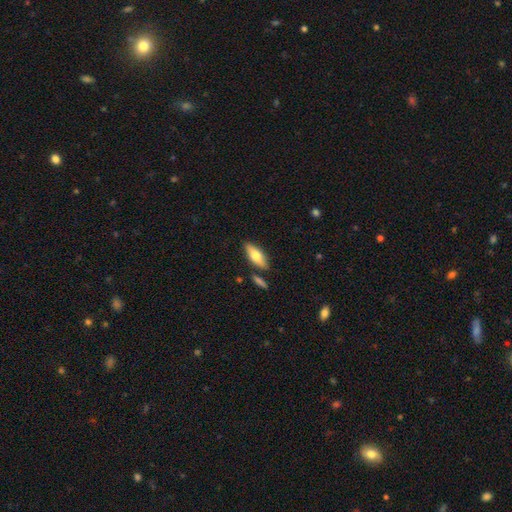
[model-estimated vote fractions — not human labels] Overall: smooth (65%; featured or disk 29%). How rounded: in between (67%; cigar-shaped 30%). Merging: none (79%).